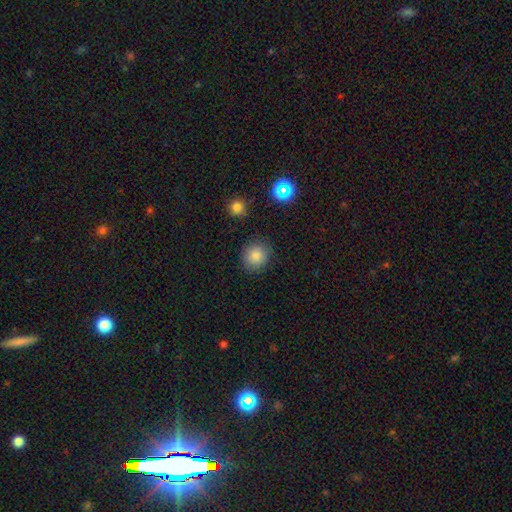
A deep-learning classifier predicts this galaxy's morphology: This appears to be a smooth galaxy with no disk features (83%) that is round (88%). Merging: none (87%).